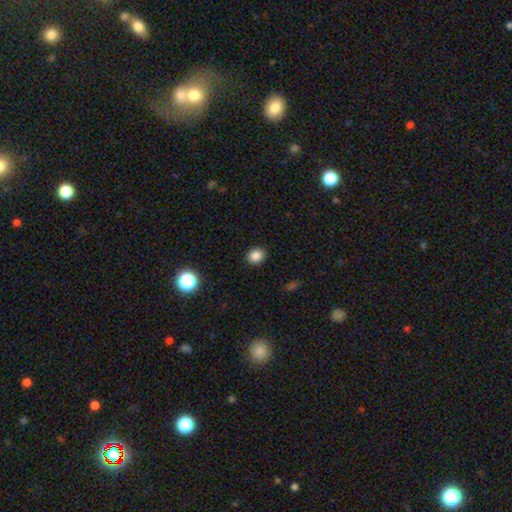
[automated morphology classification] Smooth or featured? Predicted: smooth (p=0.84). How rounded? Predicted: round (p=0.60). Merging? Predicted: none (p=0.90).